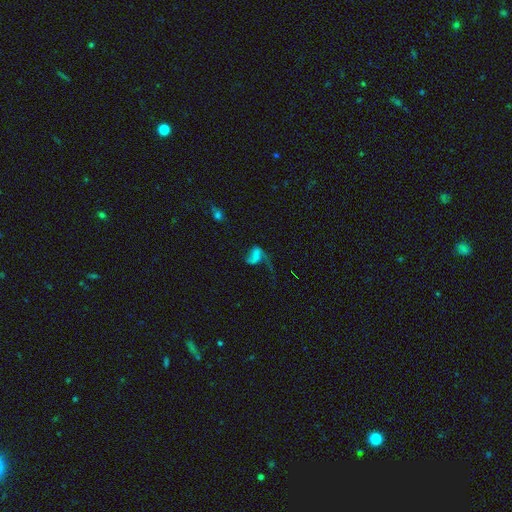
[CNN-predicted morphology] Q: Smooth or featured?
A: featured or disk (49%); runner-up: smooth (34%)
Q: Merging?
A: major disturbance (51%); runner-up: none (23%)